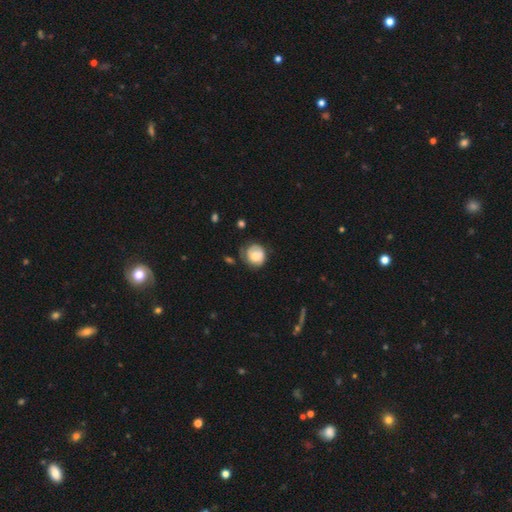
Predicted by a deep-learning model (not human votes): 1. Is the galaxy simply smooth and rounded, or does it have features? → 59% smooth, 34% featured or disk, 7% star or artifact.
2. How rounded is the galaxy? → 83% round, 16% in between, 1% cigar-shaped.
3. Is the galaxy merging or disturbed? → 56% none, 30% minor disturbance, 11% major disturbance, 3% merger.